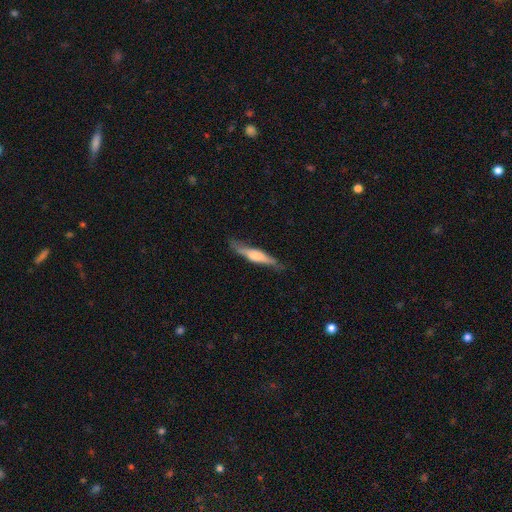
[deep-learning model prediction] Overall: featured or disk (50%; smooth 44%). Merging: none (74%).